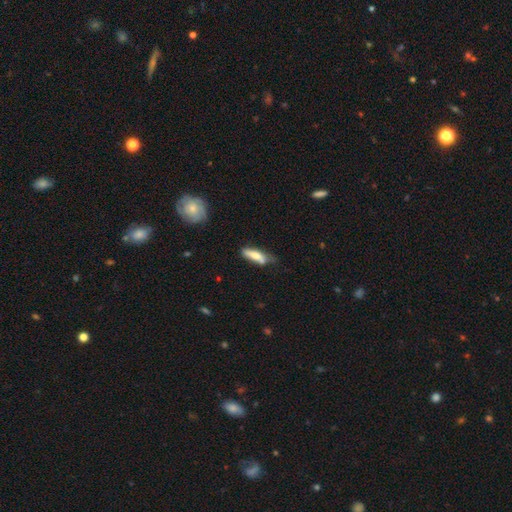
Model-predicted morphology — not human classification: Smooth or featured? smooth (70%)
How rounded? cigar-shaped (58%)
Merging? none (51%)